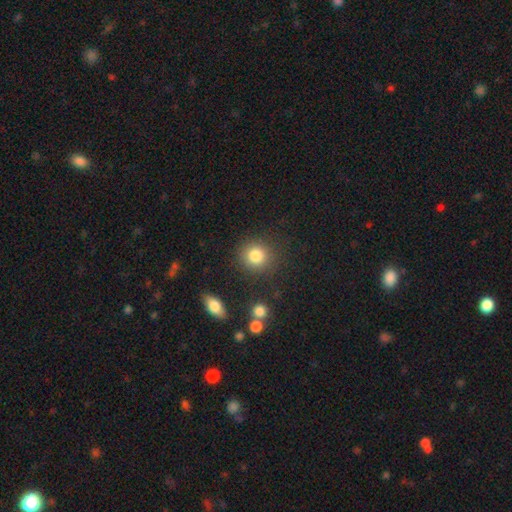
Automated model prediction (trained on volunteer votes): Smooth or featured? smooth (83%)
How rounded? round (88%)
Merging? none (84%)